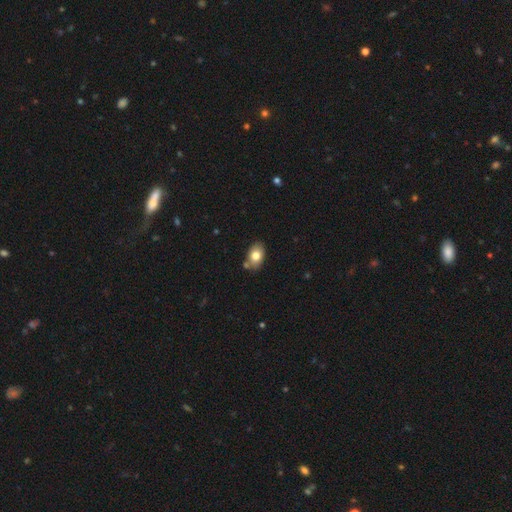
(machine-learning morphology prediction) The model was most divided on "merging": none: 75%, minor disturbance: 14%, merger: 8%, major disturbance: 3%. More confident: how rounded — in between (84%); smooth or featured — smooth (79%).